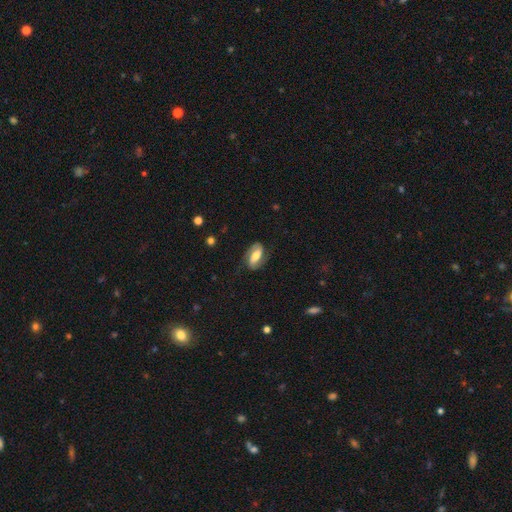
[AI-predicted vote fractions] Smooth or featured? featured or disk (64%)
Edge-on disk? no (93%)
Bar? strong (43%)
Spiral arms? yes (87%)
Spiral winding? medium (41%)
Spiral arm count? 2 (87%)
Bulge size? moderate (60%)
Merging? none (74%)